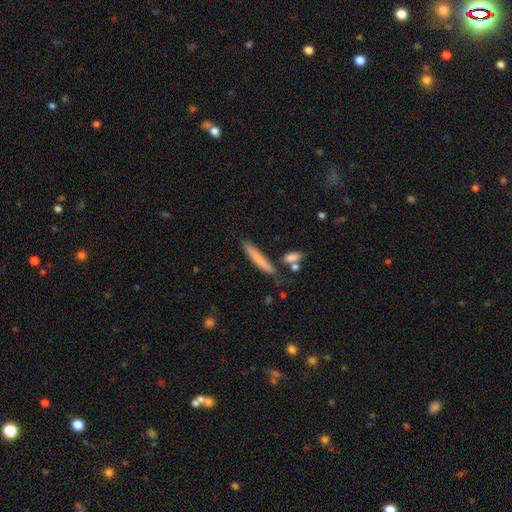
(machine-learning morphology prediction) This is likely a smooth galaxy (73%). How rounded: clearly cigar-shaped (93%). Merging: clearly none (80%).